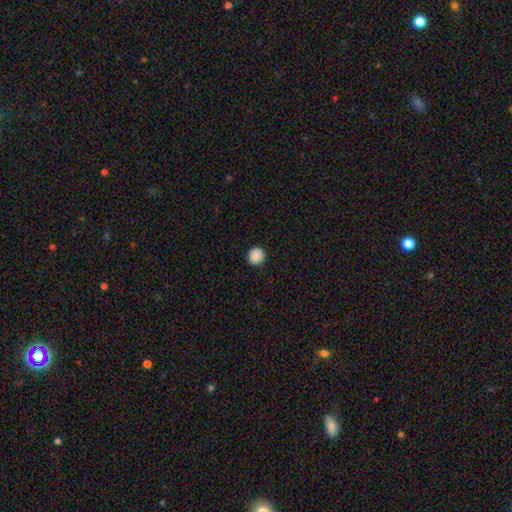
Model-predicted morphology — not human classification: smooth 89%, star or artifact 9%, featured or disk 2%. Down the decision tree: how rounded — round (92%); merging — none (92%).